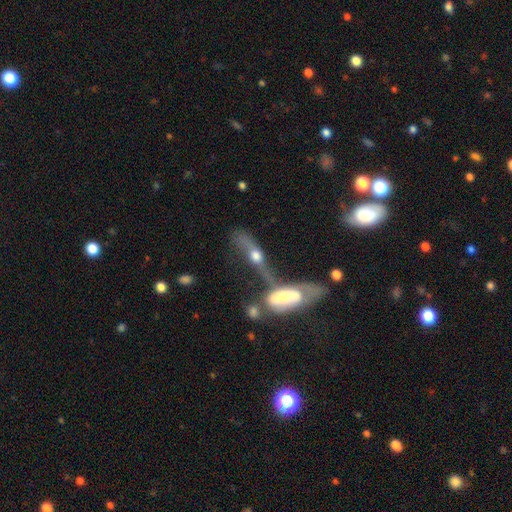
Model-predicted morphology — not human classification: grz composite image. It shows a featured or disk galaxy (57%) viewed edge-on (59%). Merging: merger (51%).